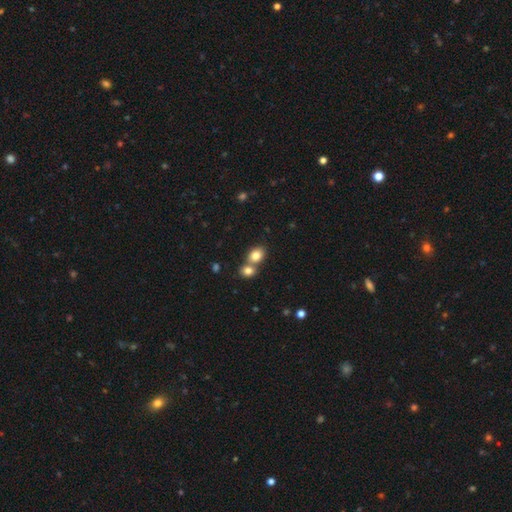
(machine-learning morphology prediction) Q: Smooth or featured?
A: smooth (82%); runner-up: star or artifact (10%)
Q: How rounded?
A: in between (55%); runner-up: round (44%)
Q: Merging?
A: merger (49%); runner-up: none (41%)